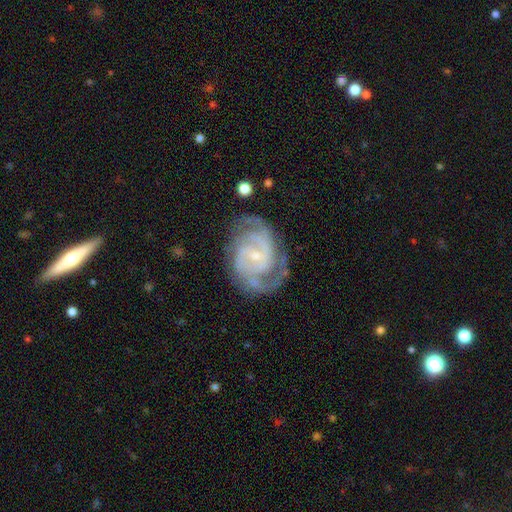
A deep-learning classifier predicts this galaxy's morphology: The model was most divided on "bar": weak: 44%, no: 43%, strong: 13%. More confident: spiral arms — yes (98%); edge-on disk — no (98%); smooth or featured — featured or disk (91%); bulge size — small (77%); merging — none (72%); spiral arm count — 2 (59%); spiral winding — tight (52%).